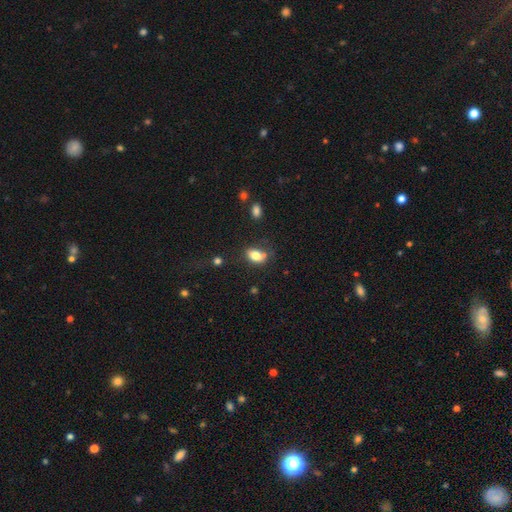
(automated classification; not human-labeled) Smooth or featured? smooth (80%)
How rounded? in between (85%)
Merging? none (62%)